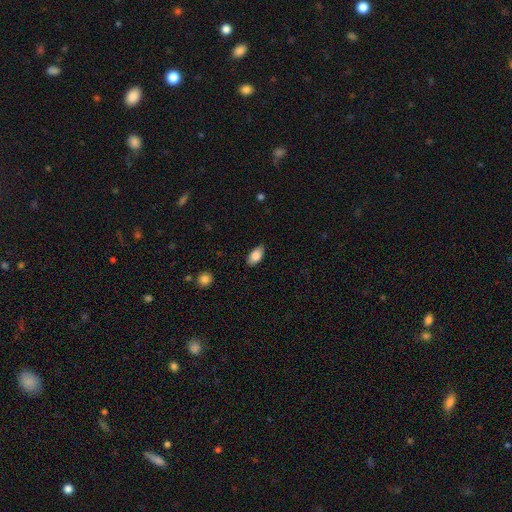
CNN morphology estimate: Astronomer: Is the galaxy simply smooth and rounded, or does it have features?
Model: smooth — 83%.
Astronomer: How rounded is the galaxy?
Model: in between — 93%.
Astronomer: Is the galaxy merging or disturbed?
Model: none — 84%.